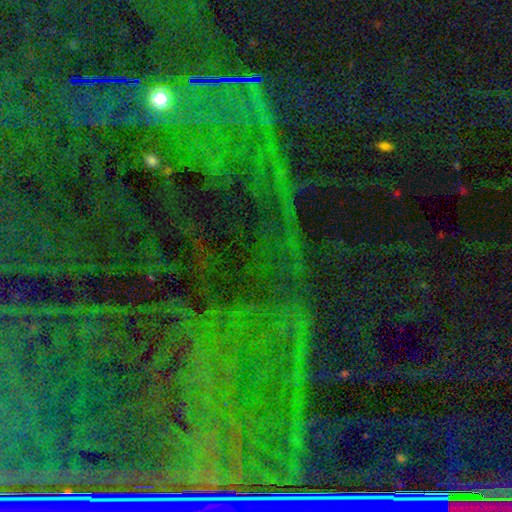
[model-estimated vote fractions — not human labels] The model was most divided on "smooth or featured": star or artifact: 80%, featured or disk: 10%, smooth: 10%.